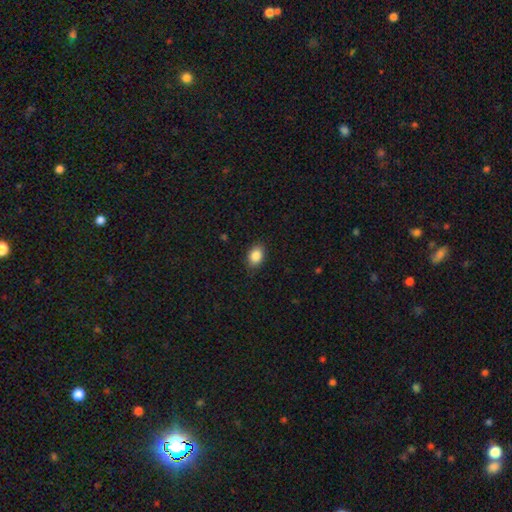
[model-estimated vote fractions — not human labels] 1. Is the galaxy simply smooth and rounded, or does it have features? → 88% smooth, 8% star or artifact, 4% featured or disk.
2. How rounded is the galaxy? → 78% in between, 21% round, 1% cigar-shaped.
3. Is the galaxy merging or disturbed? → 87% none, 10% minor disturbance, 2% major disturbance, 1% merger.